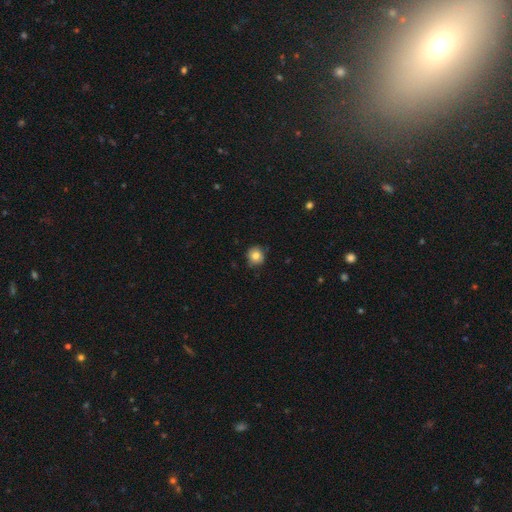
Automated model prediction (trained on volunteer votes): smooth 81%, star or artifact 10%, featured or disk 10%. Down the decision tree: how rounded — round (91%); merging — none (83%).